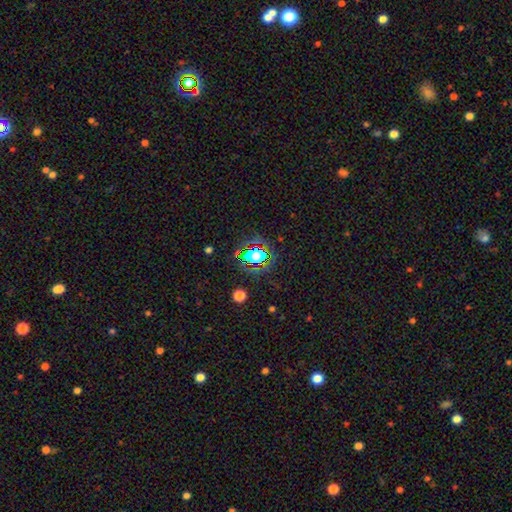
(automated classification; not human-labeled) A star or artifact, not a galaxy (54%).